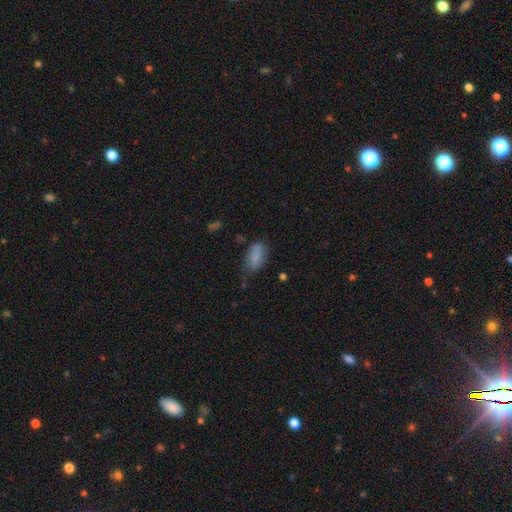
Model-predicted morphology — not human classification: Smooth or featured?
  - smooth: 82% *
  - featured or disk: 9%
  - star or artifact: 9%
How rounded?
  - in between: 86% *
  - cigar-shaped: 11%
  - round: 3%
Merging?
  - none: 54% *
  - minor disturbance: 32%
  - major disturbance: 11%
  - merger: 4%